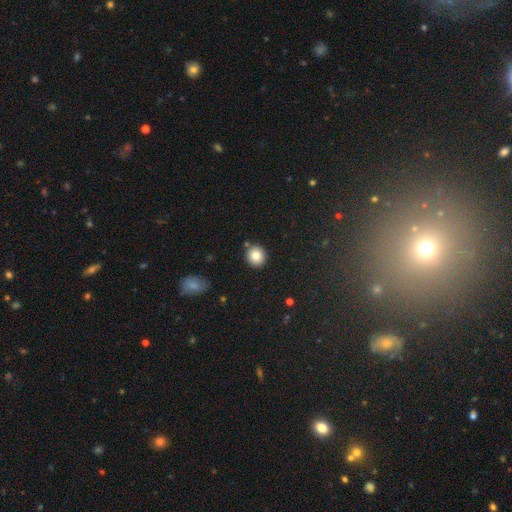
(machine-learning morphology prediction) This appears to be a smooth galaxy with no disk features (83%) that is round (88%). Merging: none (86%).